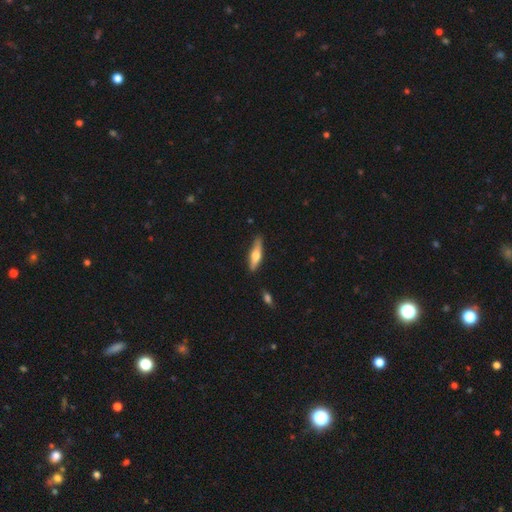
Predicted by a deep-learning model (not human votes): A smooth galaxy with no disk features (48%).

Vote fractions:
- Smooth or featured? smooth: 48% / featured or disk: 46% / star or artifact: 5%
- Merging? none: 86% / minor disturbance: 11% / major disturbance: 2% / merger: 2%